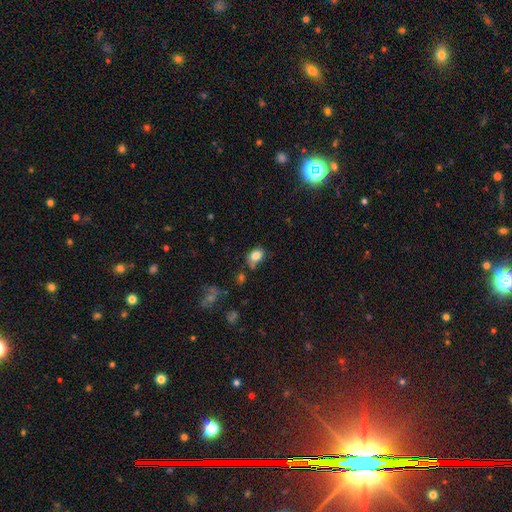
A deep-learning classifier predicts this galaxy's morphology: Smooth or featured? Predicted: smooth (p=0.82). How rounded? Predicted: in between (p=0.65). Merging? Predicted: none (p=0.60).